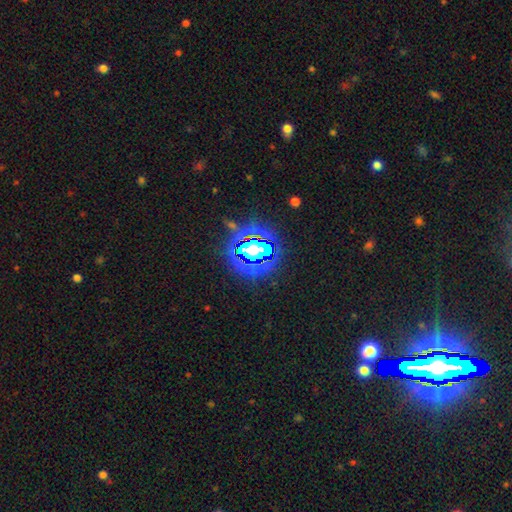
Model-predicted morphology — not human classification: Smooth or featured?
  - star or artifact: 82% *
  - smooth: 10%
  - featured or disk: 7%